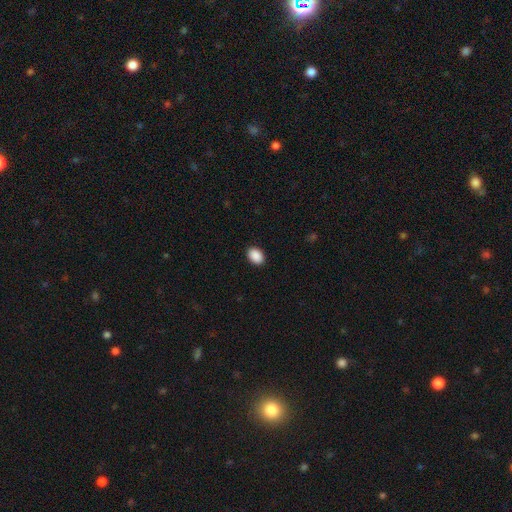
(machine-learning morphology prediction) This appears to be a smooth galaxy with no disk features (90%) that is in between round and cigar-shaped (77%). Merging: none (90%).